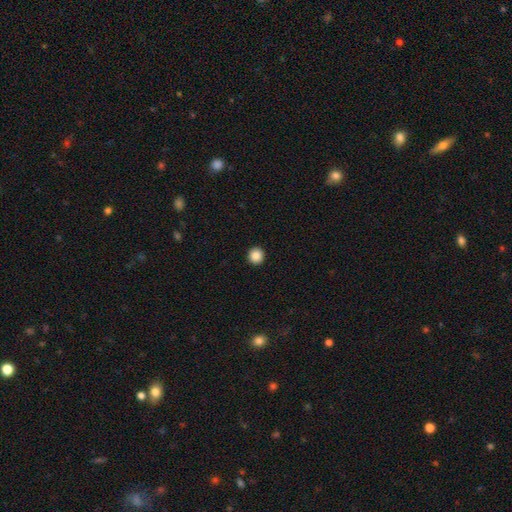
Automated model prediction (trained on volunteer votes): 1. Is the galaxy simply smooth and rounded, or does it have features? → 87% smooth, 10% star or artifact, 4% featured or disk.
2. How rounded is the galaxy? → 94% round, 5% in between, 1% cigar-shaped.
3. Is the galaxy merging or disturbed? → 94% none, 4% minor disturbance, 1% major disturbance, 1% merger.